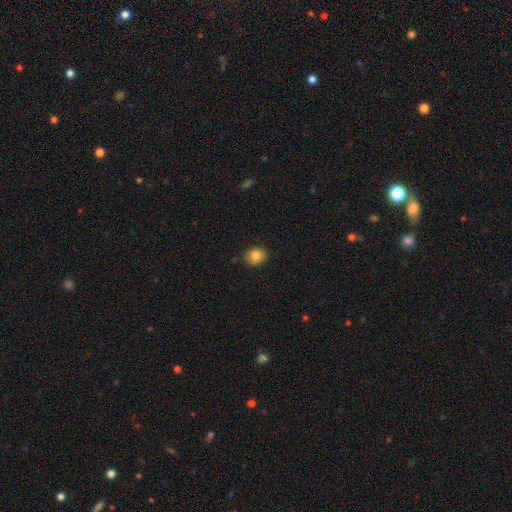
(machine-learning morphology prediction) A smooth galaxy with no disk features (84%) that is round (66%).

Vote fractions:
- Smooth or featured? smooth: 84% / star or artifact: 9% / featured or disk: 7%
- How rounded? round: 66% / in between: 33% / cigar-shaped: 1%
- Merging? none: 86% / minor disturbance: 10% / major disturbance: 2% / merger: 1%